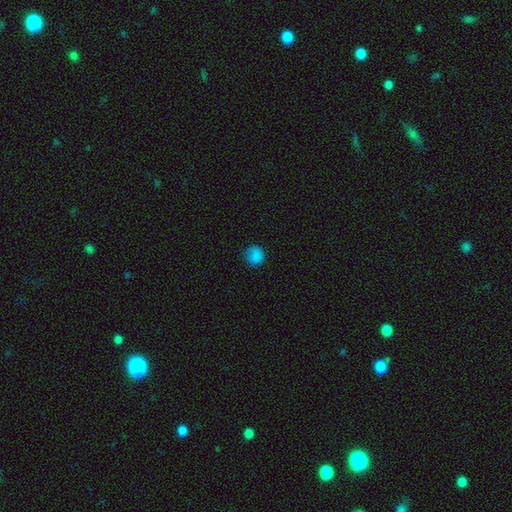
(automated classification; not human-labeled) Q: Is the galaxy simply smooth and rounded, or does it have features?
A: smooth — 84%.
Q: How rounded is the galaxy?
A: round — 90%.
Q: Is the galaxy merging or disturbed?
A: none — 83%.